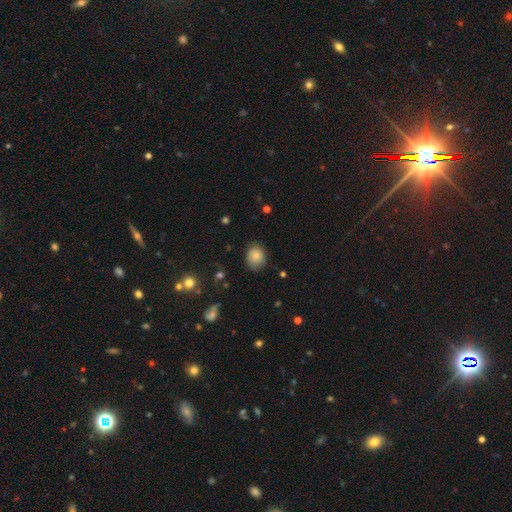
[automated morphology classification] A smooth galaxy with no disk features (79%) that is round (62%). Merging: none (76%).